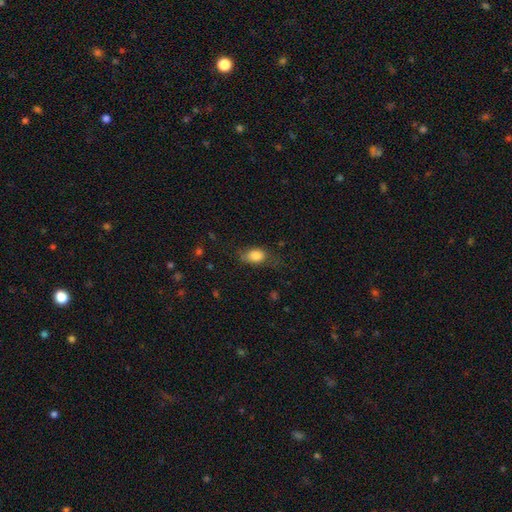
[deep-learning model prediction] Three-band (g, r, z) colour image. It shows a smooth galaxy with no disk features (83%) that is in between round and cigar-shaped (81%). Merging: none (57%).